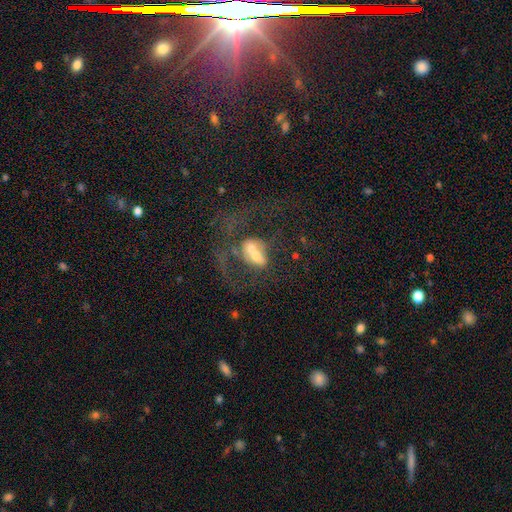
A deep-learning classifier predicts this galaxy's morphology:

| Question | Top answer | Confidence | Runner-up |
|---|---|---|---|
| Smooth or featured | featured or disk | 51% | smooth (35%) |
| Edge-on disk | no | 94% | yes (6%) |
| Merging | merger | 60% | major disturbance (19%) |